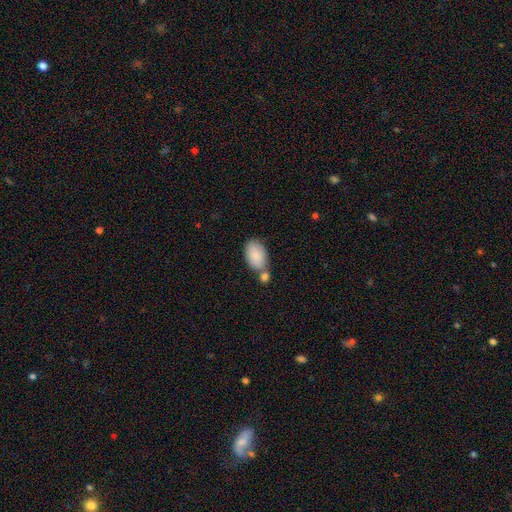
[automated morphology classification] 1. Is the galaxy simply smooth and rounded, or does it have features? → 86% smooth, 8% featured or disk, 6% star or artifact.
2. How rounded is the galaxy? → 93% in between, 5% round, 2% cigar-shaped.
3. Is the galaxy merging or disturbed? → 46% none, 33% merger, 17% minor disturbance, 5% major disturbance.